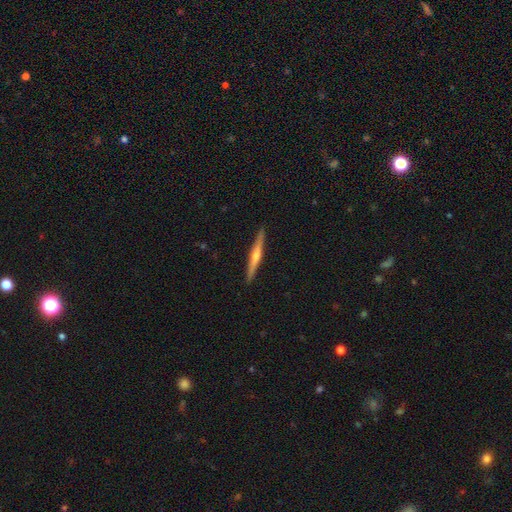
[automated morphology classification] A featured or disk galaxy (70%) viewed edge-on (98%) with a rounded central bulge (81%).

Vote fractions:
- Smooth or featured? featured or disk: 70% / smooth: 24% / star or artifact: 5%
- Edge-on disk? yes: 98% / no: 2%
- Edge-on bulge? rounded: 81% / none: 13% / boxy: 6%
- Merging? none: 92% / minor disturbance: 6% / major disturbance: 1% / merger: 1%